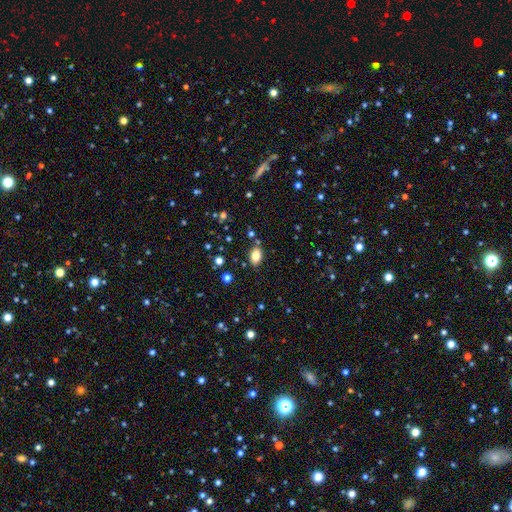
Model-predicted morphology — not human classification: Smooth or featured: smooth — 81% (star or artifact — 11%)
How rounded: in between — 84% (round — 14%)
Merging: none — 82% (minor disturbance — 11%)